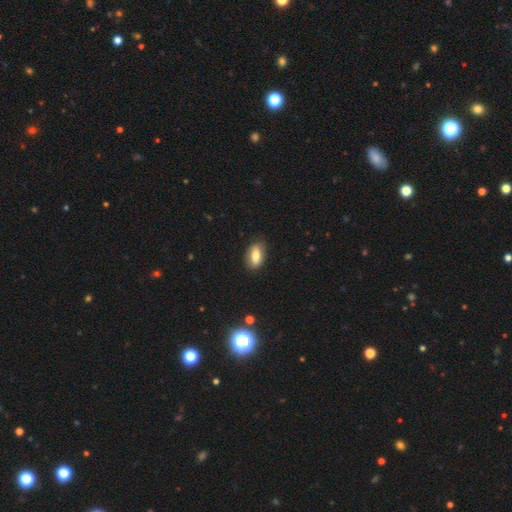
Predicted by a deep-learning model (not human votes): Smooth or featured: smooth — 71% (featured or disk — 21%)
How rounded: in between — 85% (cigar-shaped — 10%)
Merging: none — 83% (minor disturbance — 13%)